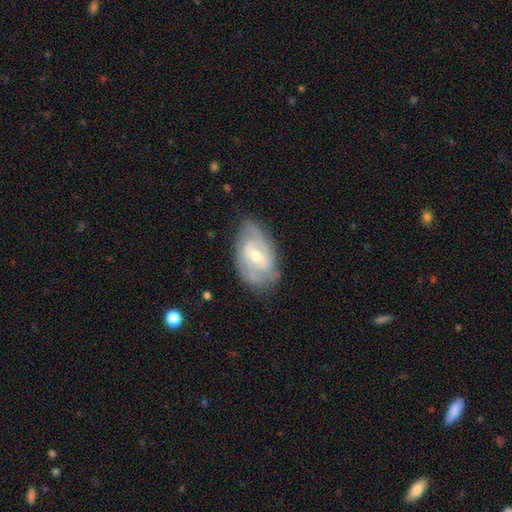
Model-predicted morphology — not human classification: A featured or disk galaxy (76%) with a weak bar (52%), 2 (53%) tight (51%) spiral arms (84%) and a moderate central bulge (57%).

Vote fractions:
- Smooth or featured? featured or disk: 76% / smooth: 18% / star or artifact: 6%
- Edge-on disk? no: 94% / yes: 6%
- Bar? weak: 52% / no: 27% / strong: 21%
- Spiral arms? yes: 84% / no: 16%
- Spiral winding? tight: 51% / medium: 37% / loose: 12%
- Spiral arm count? 2: 53% / can't tell: 29% / 3: 10% / 1: 3% / 4: 3% / more than 4: 2%
- Bulge size? moderate: 57% / small: 39% / large: 2% / none: 1% / dominant: 1%
- Merging? none: 72% / minor disturbance: 21% / major disturbance: 6% / merger: 1%